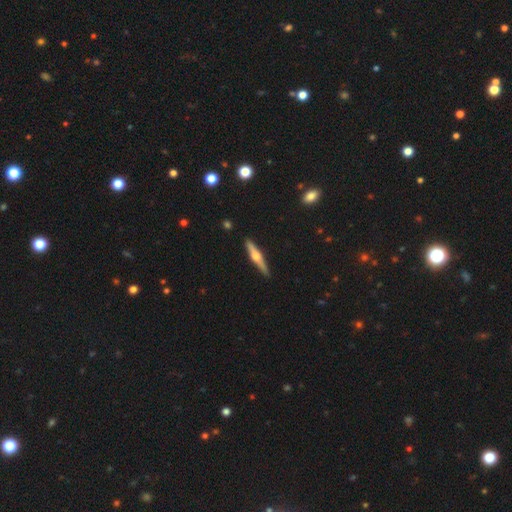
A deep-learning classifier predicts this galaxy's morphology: This is likely a featured or disk galaxy (69%). It is clearly viewed edge-on (97%). Edge-on bulge: clearly rounded (94%). Merging: clearly none (89%).